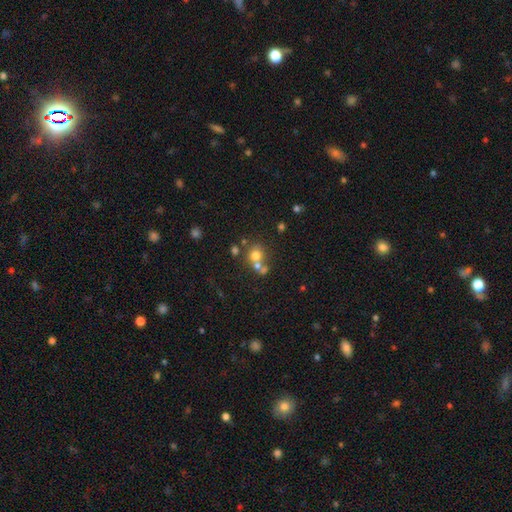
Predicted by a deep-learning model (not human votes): Q: Smooth or featured?
A: smooth (66%); runner-up: star or artifact (17%)
Q: How rounded?
A: round (81%); runner-up: in between (18%)
Q: Merging?
A: none (46%); runner-up: merger (41%)